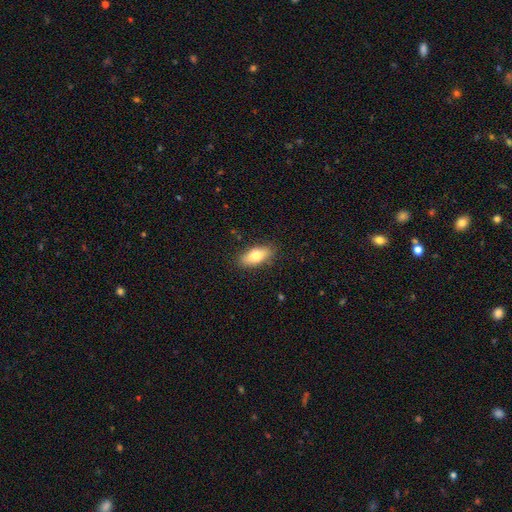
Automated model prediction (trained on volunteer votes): A smooth galaxy with no disk features (78%) that is in between round and cigar-shaped (85%). Merging: none (85%).